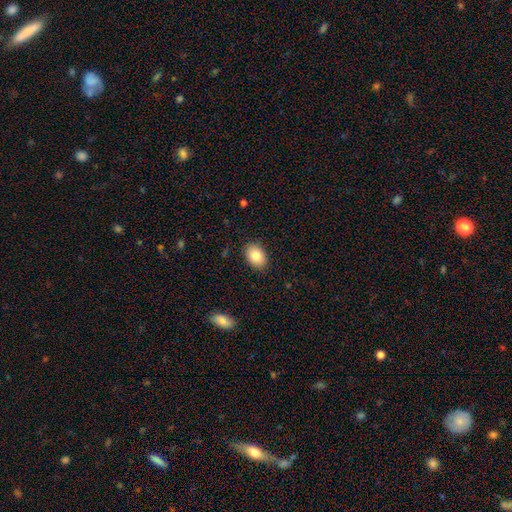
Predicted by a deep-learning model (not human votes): Q: Smooth or featured?
A: smooth (84%); runner-up: featured or disk (8%)
Q: How rounded?
A: in between (80%); runner-up: round (19%)
Q: Merging?
A: none (87%); runner-up: minor disturbance (9%)